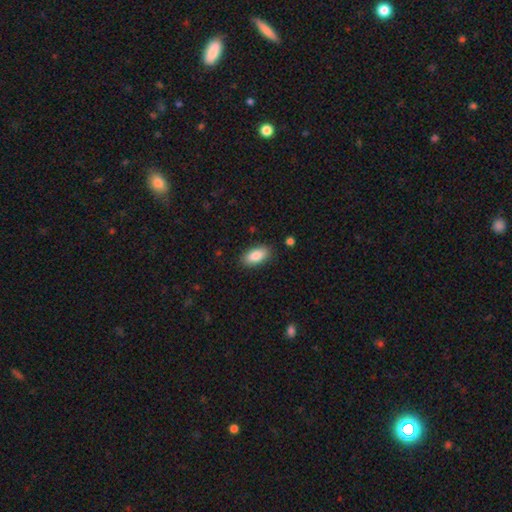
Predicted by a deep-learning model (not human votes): This is clearly a smooth galaxy (86%). How rounded: clearly in between (91%). Merging: clearly none (86%).